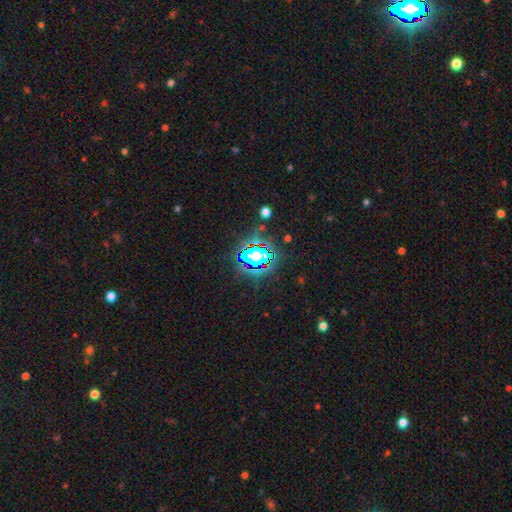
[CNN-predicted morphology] Overall: star or artifact (63%).